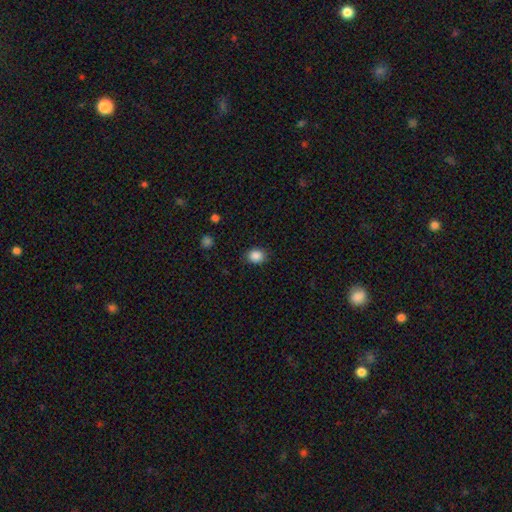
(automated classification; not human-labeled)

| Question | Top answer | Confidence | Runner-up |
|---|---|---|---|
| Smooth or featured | smooth | 87% | star or artifact (9%) |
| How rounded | round | 61% | in between (38%) |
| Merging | none | 85% | minor disturbance (11%) |